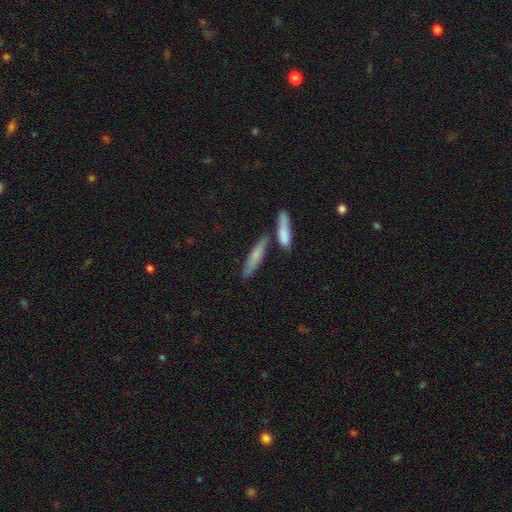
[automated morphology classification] Smooth or featured: smooth — 67% (featured or disk — 26%)
How rounded: cigar-shaped — 82% (in between — 16%)
Merging: none — 65% (merger — 21%)